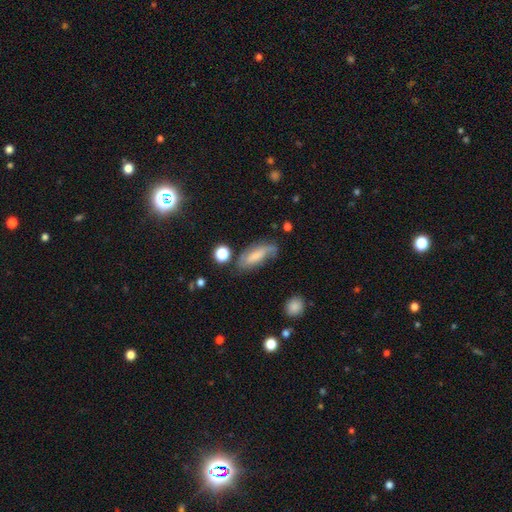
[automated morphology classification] smooth_or_featured: smooth (p=0.54) [alt: featured or disk p=0.37]
how_rounded: in between (p=0.72) [alt: cigar-shaped p=0.25]
merging: none (p=0.54) [alt: minor disturbance p=0.27]